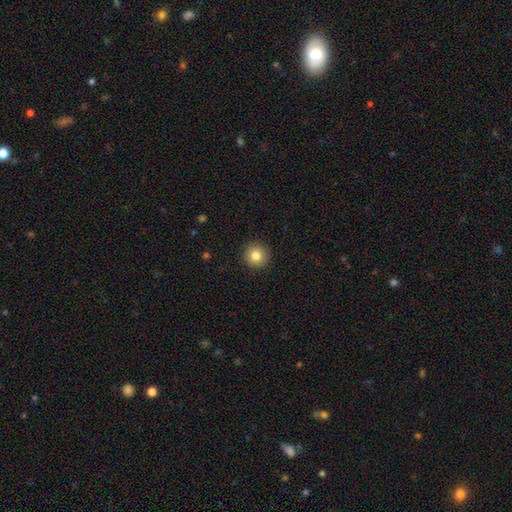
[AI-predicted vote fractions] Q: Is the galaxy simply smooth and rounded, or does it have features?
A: smooth — 82%.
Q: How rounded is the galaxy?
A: round — 95%.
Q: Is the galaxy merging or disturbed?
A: none — 93%.